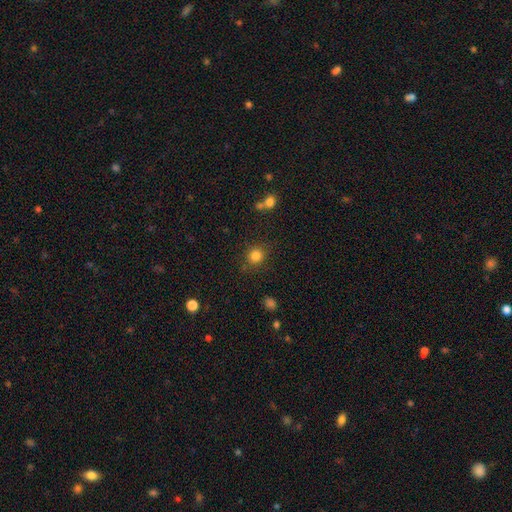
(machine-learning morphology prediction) Smooth or featured: smooth — 83% (star or artifact — 12%)
How rounded: round — 83% (in between — 16%)
Merging: none — 81% (minor disturbance — 12%)